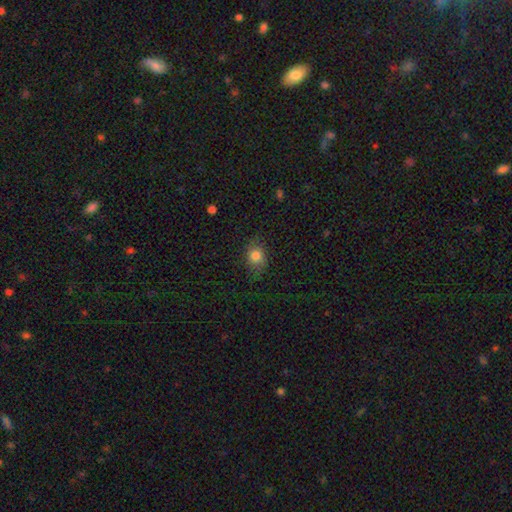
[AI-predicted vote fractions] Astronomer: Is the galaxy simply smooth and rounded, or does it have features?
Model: smooth — 79%.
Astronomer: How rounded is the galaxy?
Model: round — 51% (runner-up: in between, 48%).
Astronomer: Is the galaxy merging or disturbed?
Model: none — 74%.